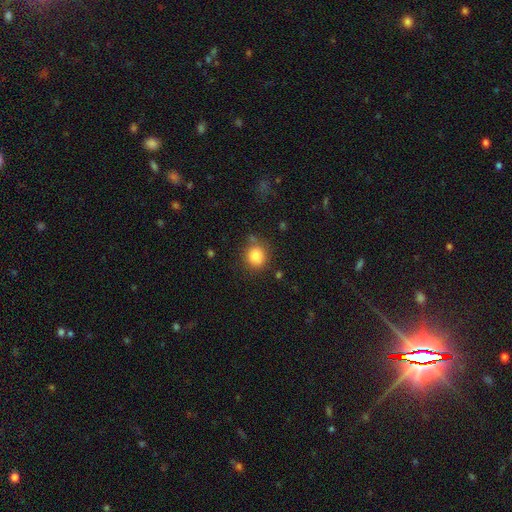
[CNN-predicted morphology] A smooth galaxy with no disk features (83%) that is round (80%).

Vote fractions:
- Smooth or featured? smooth: 83% / star or artifact: 10% / featured or disk: 6%
- How rounded? round: 80% / in between: 19% / cigar-shaped: 1%
- Merging? none: 76% / minor disturbance: 15% / merger: 5% / major disturbance: 4%